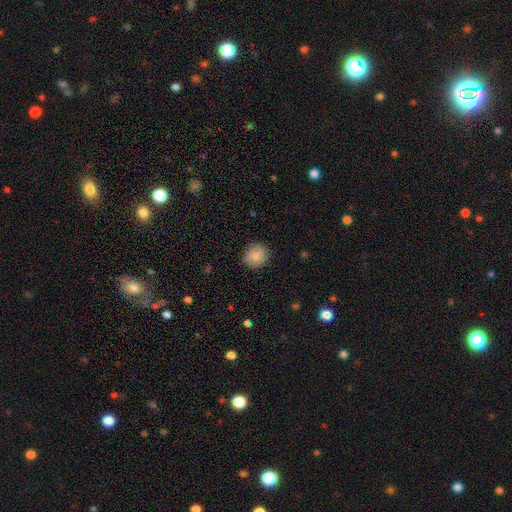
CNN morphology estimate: Q: Smooth or featured?
A: smooth (85%); runner-up: featured or disk (8%)
Q: How rounded?
A: round (83%); runner-up: in between (16%)
Q: Merging?
A: none (86%); runner-up: minor disturbance (10%)